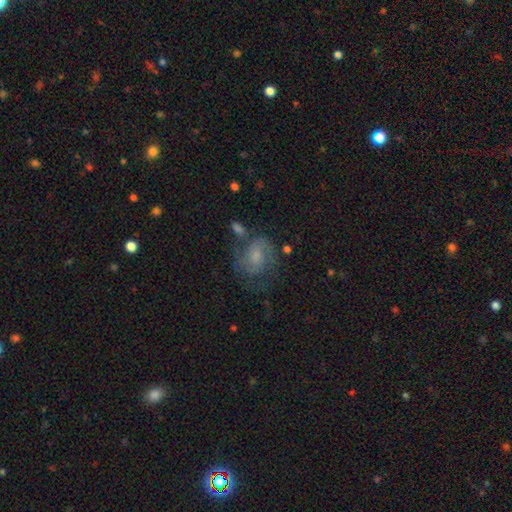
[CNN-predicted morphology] A featured or disk galaxy (61%) with no bar (58%), 2 (65%) medium (47%) spiral arms (84%) and a small central bulge (42%).

Vote fractions:
- Smooth or featured? featured or disk: 61% / smooth: 28% / star or artifact: 11%
- Edge-on disk? no: 97% / yes: 3%
- Bar? no: 58% / weak: 36% / strong: 6%
- Spiral arms? yes: 84% / no: 16%
- Spiral winding? medium: 47% / tight: 33% / loose: 19%
- Spiral arm count? 2: 65% / can't tell: 20% / 1: 6% / 3: 5% / 4: 2% / more than 4: 2%
- Bulge size? small: 42% / moderate: 38% / none: 11% / large: 7% / dominant: 2%
- Merging? none: 52% / minor disturbance: 21% / major disturbance: 17% / merger: 9%